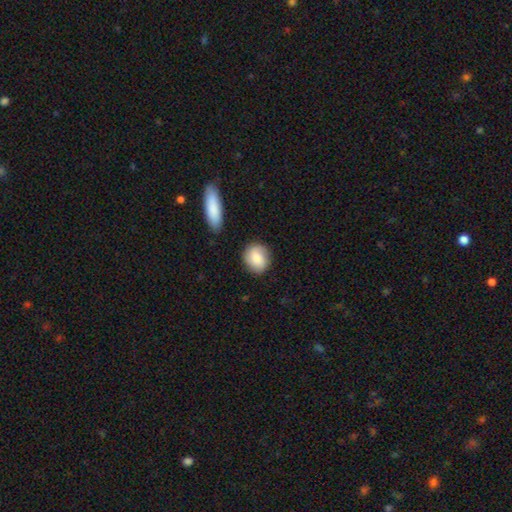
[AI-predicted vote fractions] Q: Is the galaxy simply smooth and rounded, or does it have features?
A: smooth — 81%.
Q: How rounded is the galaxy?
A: round — 76%.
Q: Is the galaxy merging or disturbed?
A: none — 84%.